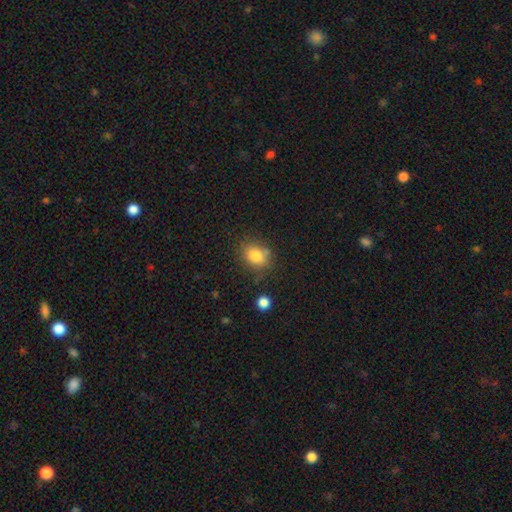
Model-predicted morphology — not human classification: Overall: smooth (82%). How rounded: in between (54%; round 45%). Merging: none (72%).